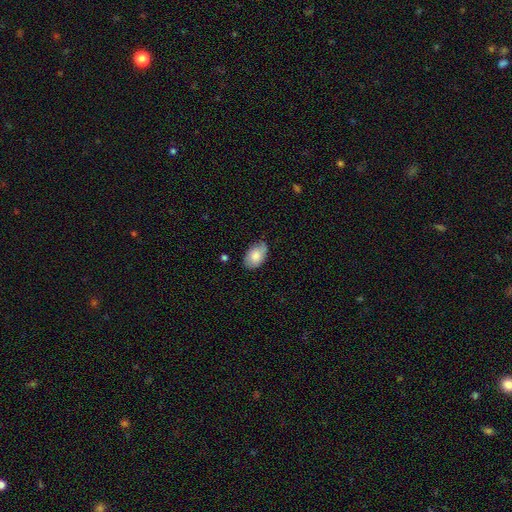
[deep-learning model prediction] A smooth galaxy with no disk features (79%) that is in between round and cigar-shaped (91%). Merging: none (66%).